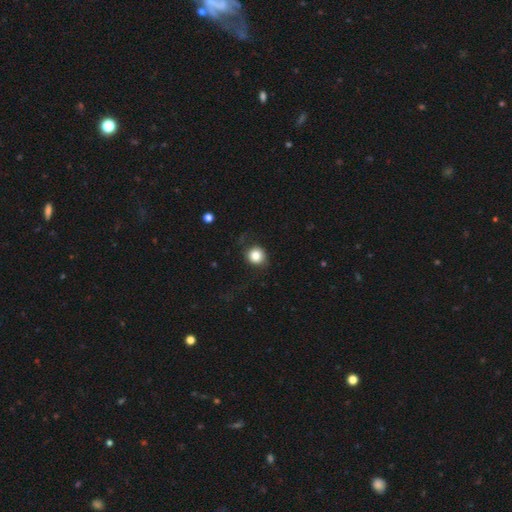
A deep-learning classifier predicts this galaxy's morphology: Smooth or featured? smooth (83%)
How rounded? round (88%)
Merging? none (76%)